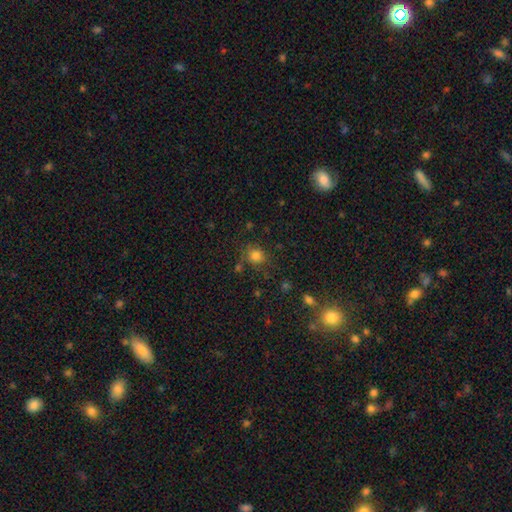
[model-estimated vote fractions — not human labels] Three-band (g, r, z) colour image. It shows a smooth galaxy with no disk features (80%) that is round (78%). Merging: none (74%).